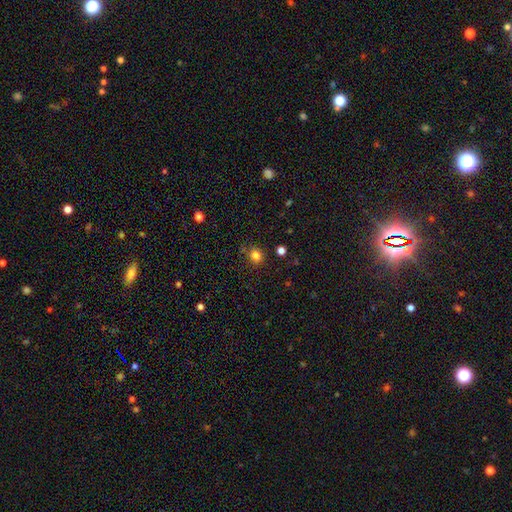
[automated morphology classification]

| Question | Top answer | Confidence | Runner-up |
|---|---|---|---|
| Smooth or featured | smooth | 81% | star or artifact (14%) |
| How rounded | round | 76% | in between (24%) |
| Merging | none | 81% | minor disturbance (12%) |